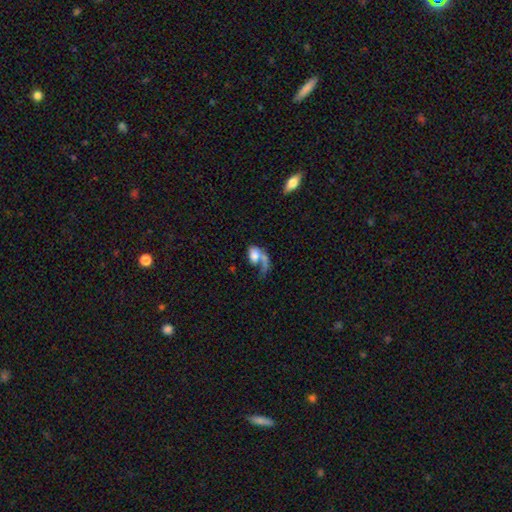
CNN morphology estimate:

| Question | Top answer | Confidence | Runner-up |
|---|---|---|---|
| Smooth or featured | smooth | 52% | featured or disk (39%) |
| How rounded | in between | 76% | round (21%) |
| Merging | major disturbance | 35% | merger (32%) |